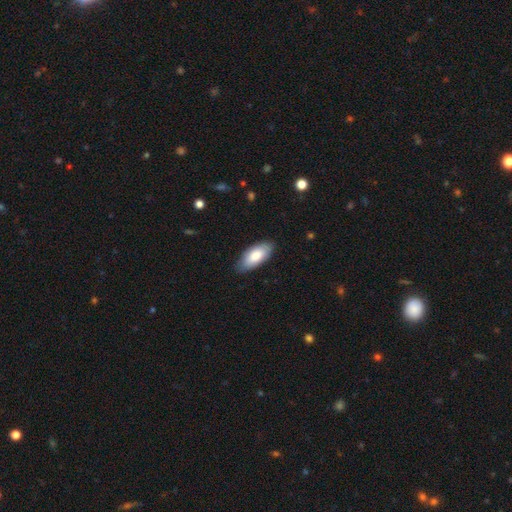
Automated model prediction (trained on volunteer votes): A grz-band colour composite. It shows a smooth galaxy with no disk features (82%) that is in between round and cigar-shaped (89%). Merging: none (84%).